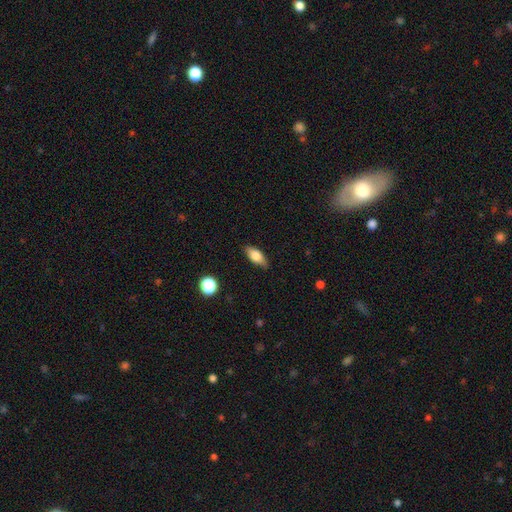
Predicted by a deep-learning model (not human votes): Smooth or featured? smooth (71%)
How rounded? in between (79%)
Merging? none (84%)